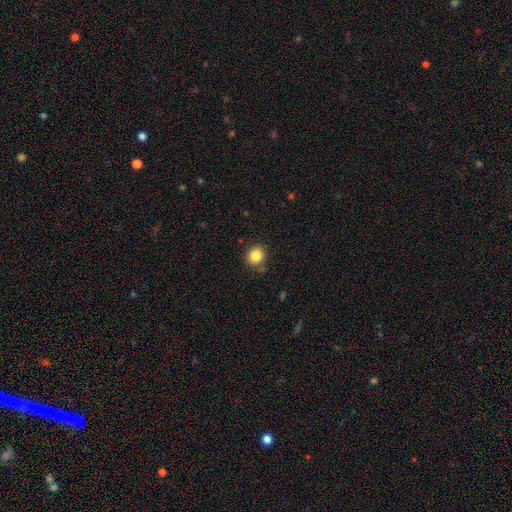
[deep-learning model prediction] smooth_or_featured: smooth (p=0.85) [alt: star or artifact p=0.10]
how_rounded: round (p=0.86) [alt: in between p=0.14]
merging: none (p=0.84) [alt: minor disturbance p=0.10]